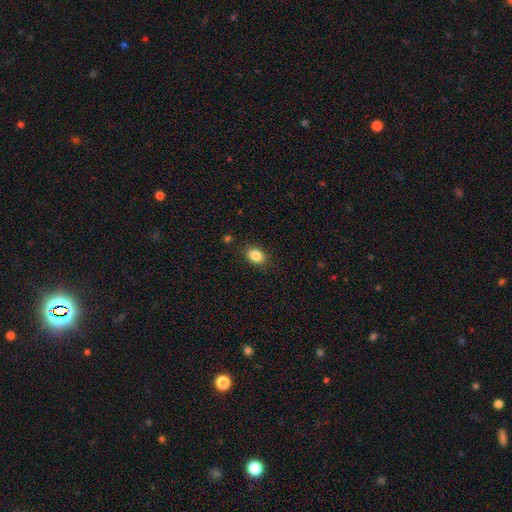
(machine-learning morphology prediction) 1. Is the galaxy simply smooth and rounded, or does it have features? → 86% smooth, 9% star or artifact, 5% featured or disk.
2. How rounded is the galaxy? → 79% in between, 19% round, 1% cigar-shaped.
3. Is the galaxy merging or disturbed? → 86% none, 10% minor disturbance, 3% major disturbance, 1% merger.